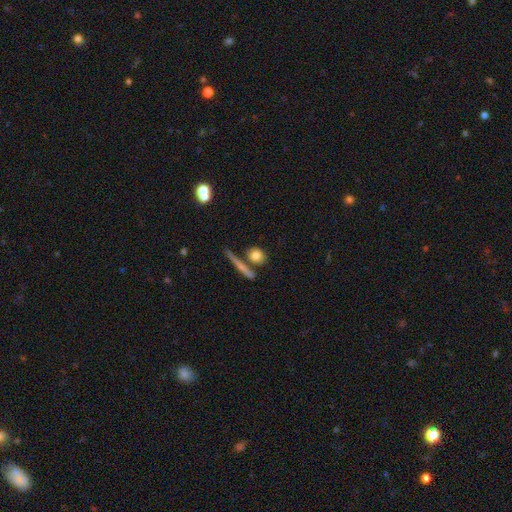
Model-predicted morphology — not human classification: A smooth galaxy with no disk features (77%) that is round (58%).

Vote fractions:
- Smooth or featured? smooth: 77% / featured or disk: 15% / star or artifact: 8%
- How rounded? round: 58% / in between: 28% / cigar-shaped: 15%
- Merging? none: 66% / merger: 17% / minor disturbance: 11% / major disturbance: 5%